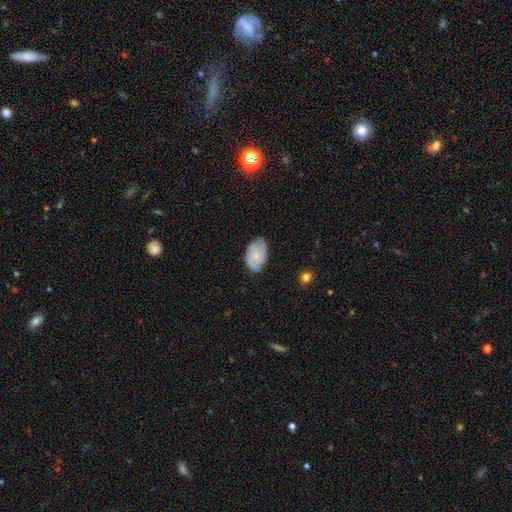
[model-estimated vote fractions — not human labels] Morphology: type=featured or disk (49%); merging=none (71%).